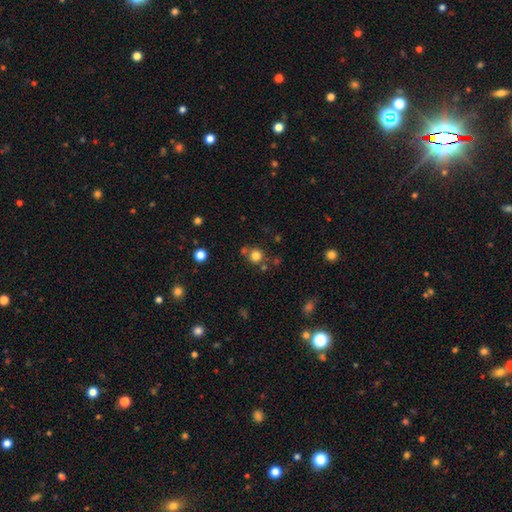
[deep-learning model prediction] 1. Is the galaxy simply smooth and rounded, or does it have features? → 80% smooth, 14% star or artifact, 6% featured or disk.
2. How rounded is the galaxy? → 92% round, 7% in between, 1% cigar-shaped.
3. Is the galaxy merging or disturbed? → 73% none, 15% merger, 9% minor disturbance, 4% major disturbance.